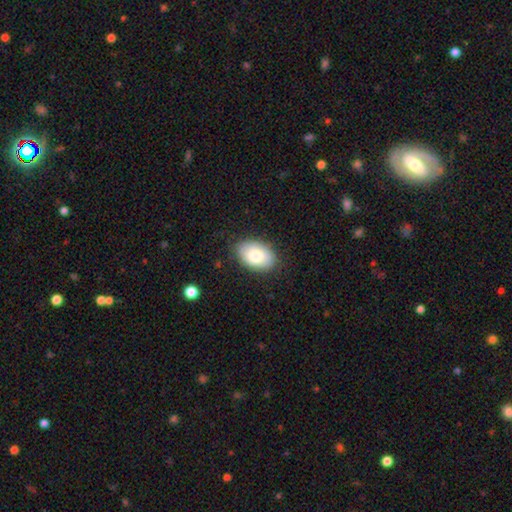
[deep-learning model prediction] smooth_or_featured: smooth (p=0.81) [alt: featured or disk p=0.12]
how_rounded: in between (p=0.89) [alt: round p=0.09]
merging: none (p=0.84) [alt: minor disturbance p=0.13]